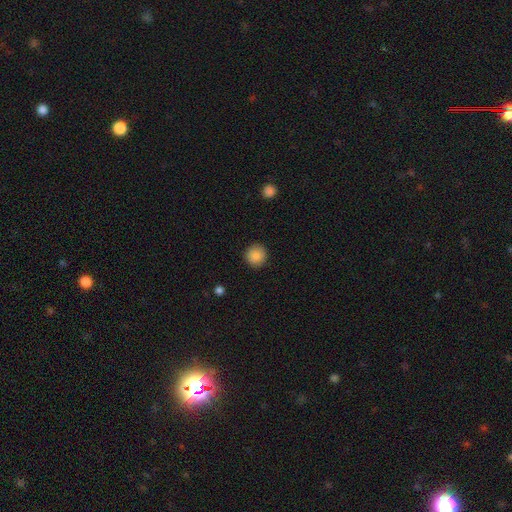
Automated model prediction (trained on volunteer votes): Smooth or featured?
  - smooth: 88% *
  - star or artifact: 9%
  - featured or disk: 4%
How rounded?
  - round: 93% *
  - in between: 6%
  - cigar-shaped: 1%
Merging?
  - none: 92% *
  - minor disturbance: 6%
  - major disturbance: 2%
  - merger: 1%